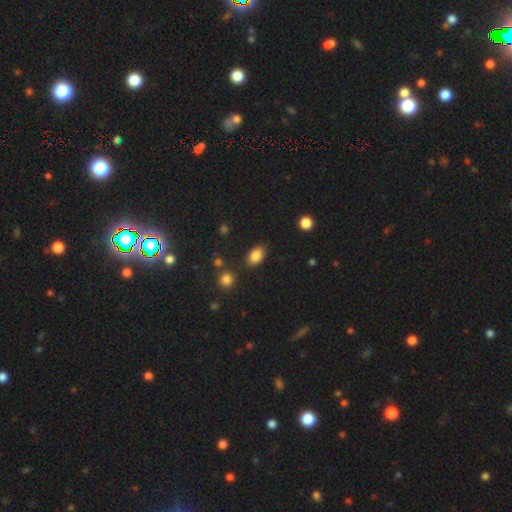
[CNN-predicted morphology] type=smooth (84%); roundness=in between (83%); merging=none (80%).